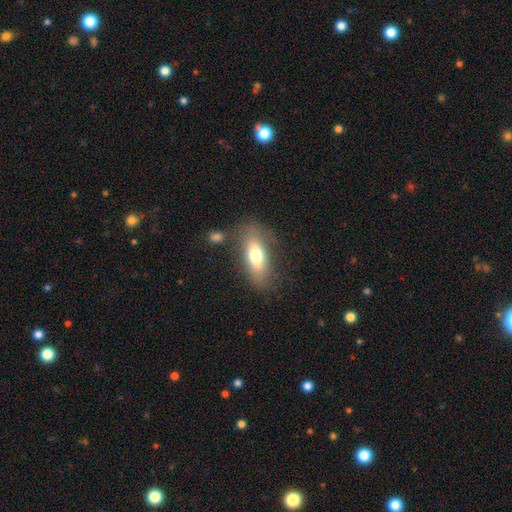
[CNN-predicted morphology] Smooth or featured? Predicted: smooth (p=0.69). How rounded? Predicted: in between (p=0.74). Merging? Predicted: none (p=0.71).